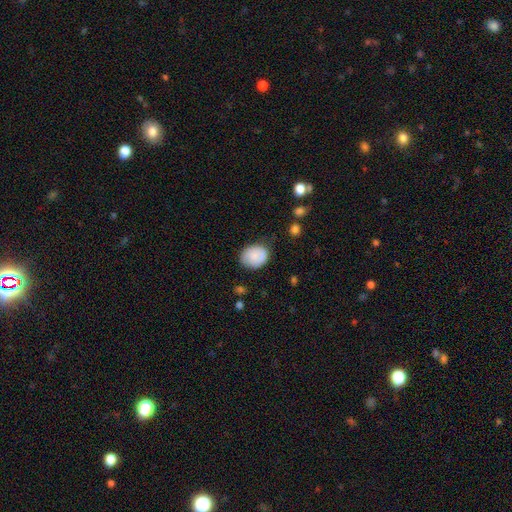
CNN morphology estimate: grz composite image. It shows a smooth galaxy with no disk features (80%) that is round (50%). Merging: none (73%).